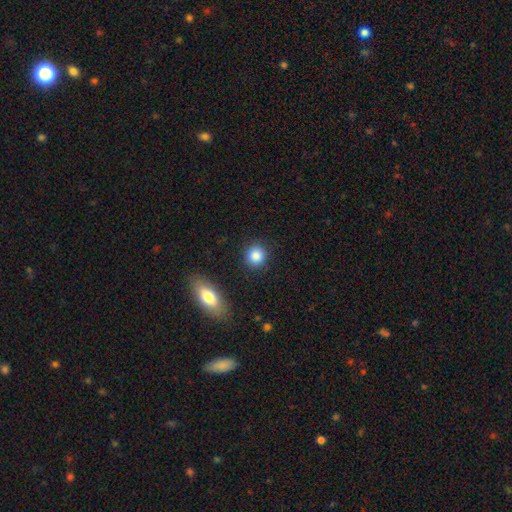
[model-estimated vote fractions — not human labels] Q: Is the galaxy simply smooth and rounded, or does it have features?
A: smooth — 86%.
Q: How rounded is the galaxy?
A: round — 89%.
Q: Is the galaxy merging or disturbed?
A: none — 88%.